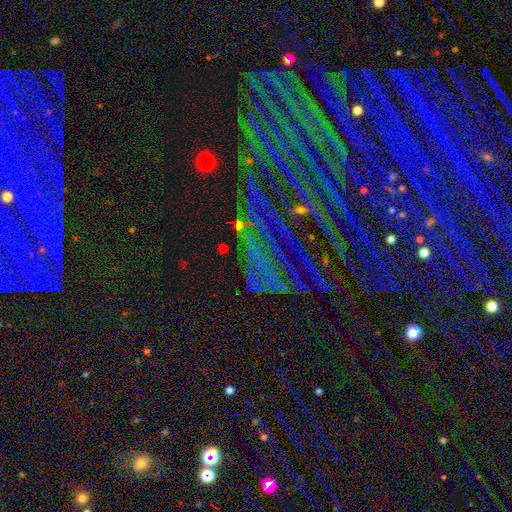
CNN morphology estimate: This is clearly a star or artifact rather than a galaxy (84%).